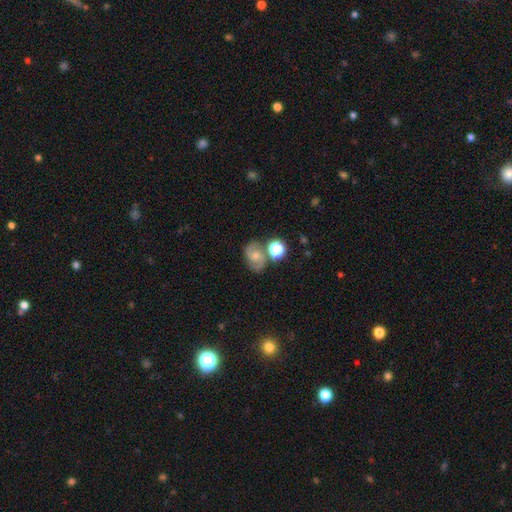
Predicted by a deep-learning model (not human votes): featured or disk 72%, smooth 18%, star or artifact 10%. Down the decision tree: edge-on disk — no (98%); bar — no (62%); spiral arms — yes (95%); spiral arm count — 2 (90%); spiral winding — medium (55%); bulge size — moderate (50%); merging — none (68%).